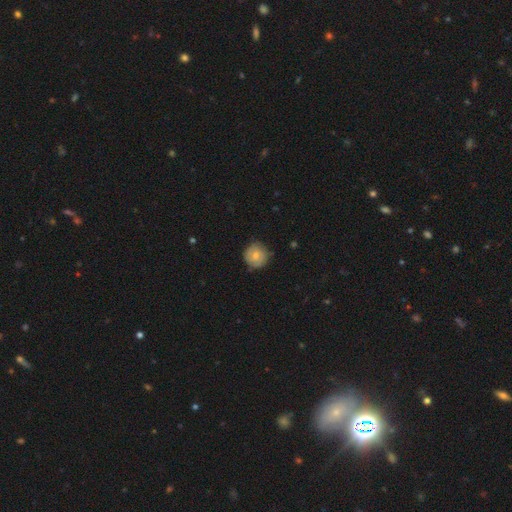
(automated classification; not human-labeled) Smooth or featured? Predicted: smooth (p=0.69). How rounded? Predicted: round (p=0.93). Merging? Predicted: none (p=0.78).